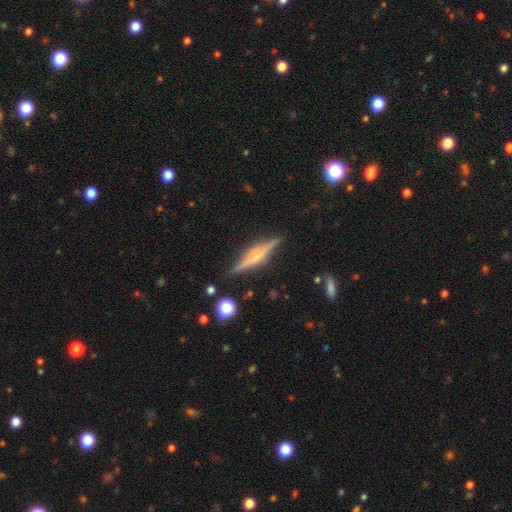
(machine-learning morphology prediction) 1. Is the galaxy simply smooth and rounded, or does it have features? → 77% featured or disk, 16% smooth, 7% star or artifact.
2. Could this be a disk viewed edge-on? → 97% yes, 3% no.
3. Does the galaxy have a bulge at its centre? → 77% rounded, 16% boxy, 8% none.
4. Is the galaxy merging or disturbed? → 87% none, 10% minor disturbance, 2% major disturbance, 2% merger.